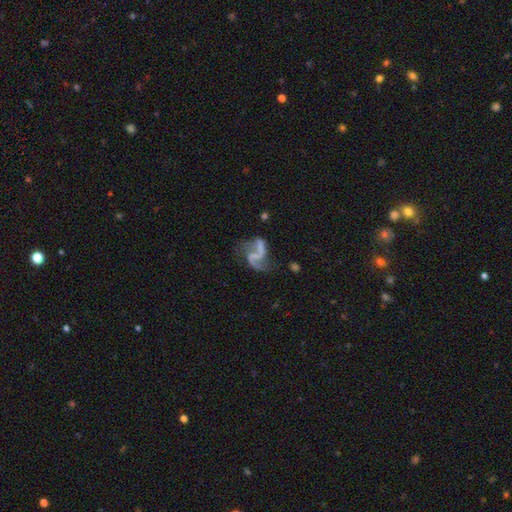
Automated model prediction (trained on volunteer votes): Smooth or featured: featured or disk — 81% (smooth — 11%)
Edge-on disk: no — 98% (yes — 2%)
Bar: weak — 39% (no — 35%)
Spiral arms: yes — 88% (no — 12%)
Spiral winding: loose — 74% (medium — 22%)
Spiral arm count: 2 — 88% (1 — 7%)
Bulge size: none — 61% (small — 27%)
Merging: none — 47% (major disturbance — 25%)